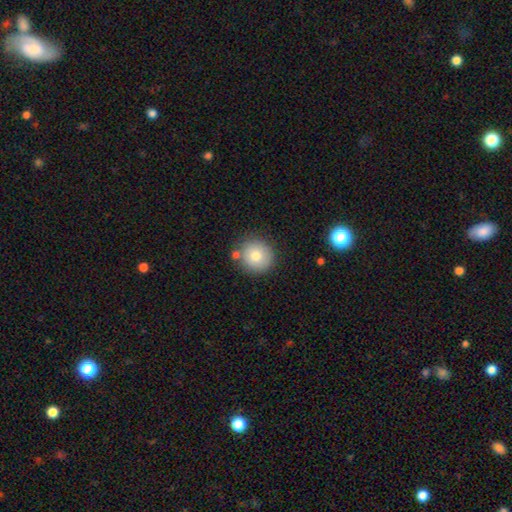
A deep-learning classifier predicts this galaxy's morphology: smooth-or-featured: smooth: 77% | featured or disk: 13% | star or artifact: 10%
  how-rounded: round: 93% | in between: 6% | cigar-shaped: 1%
  merging: none: 78% | minor disturbance: 10% | merger: 8% | major disturbance: 3%